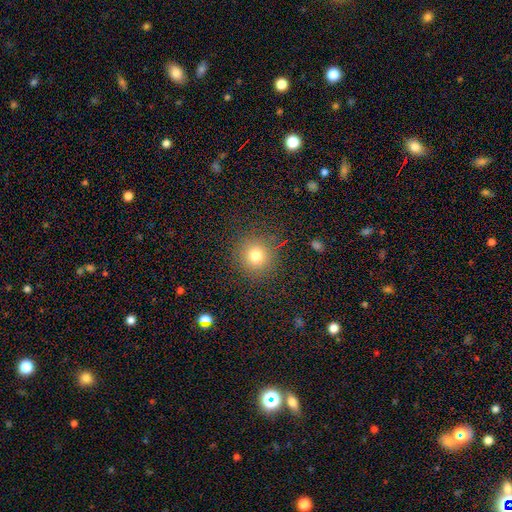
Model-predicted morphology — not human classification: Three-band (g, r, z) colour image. It shows a smooth galaxy with no disk features (77%) that is round (91%). Merging: none (87%).